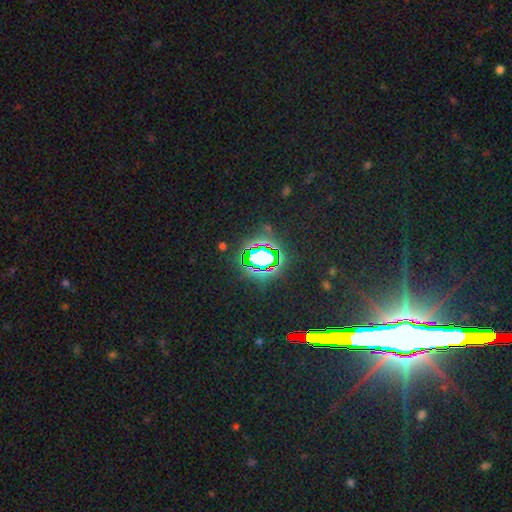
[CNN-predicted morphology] Smooth or featured: star or artifact — 84% (smooth — 8%)